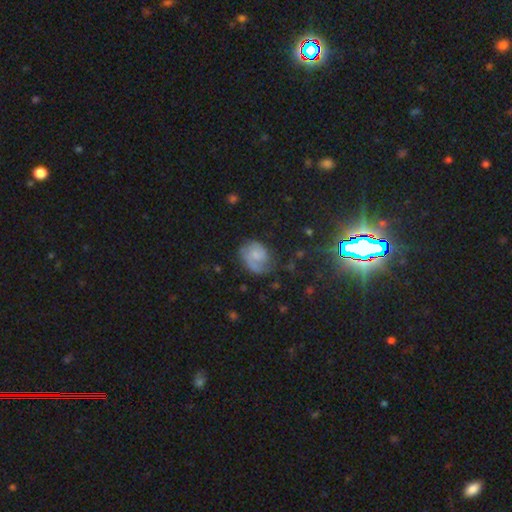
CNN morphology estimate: This is possibly a featured or disk galaxy (47%). Merging: possibly none (56%).